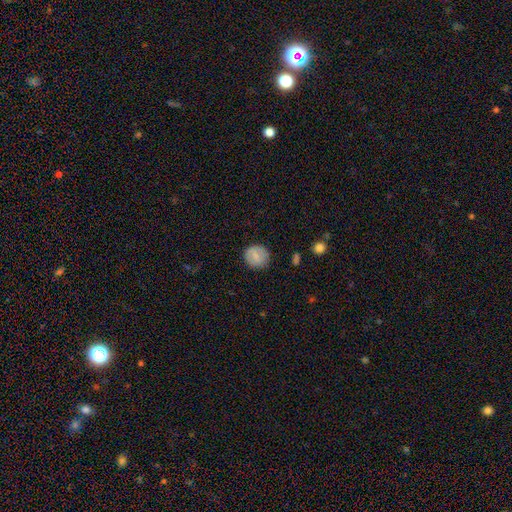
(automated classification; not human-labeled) Smooth or featured?
  - smooth: 74% *
  - featured or disk: 18%
  - star or artifact: 8%
How rounded?
  - round: 86% *
  - in between: 13%
  - cigar-shaped: 1%
Merging?
  - none: 84% *
  - minor disturbance: 11%
  - major disturbance: 3%
  - merger: 1%